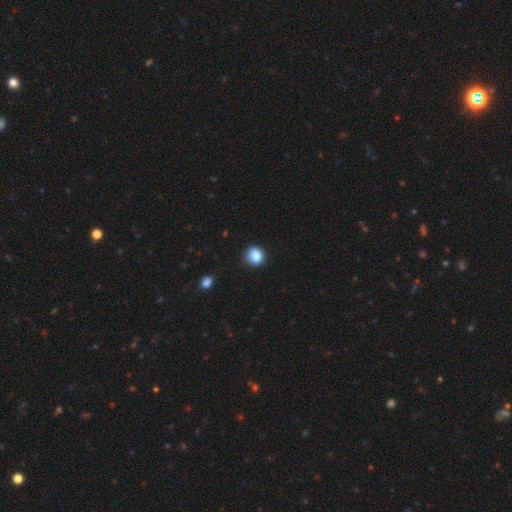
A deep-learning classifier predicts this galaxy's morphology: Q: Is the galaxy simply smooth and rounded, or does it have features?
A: smooth — 86%.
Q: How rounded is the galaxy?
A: round — 83%.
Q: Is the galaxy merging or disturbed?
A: none — 86%.